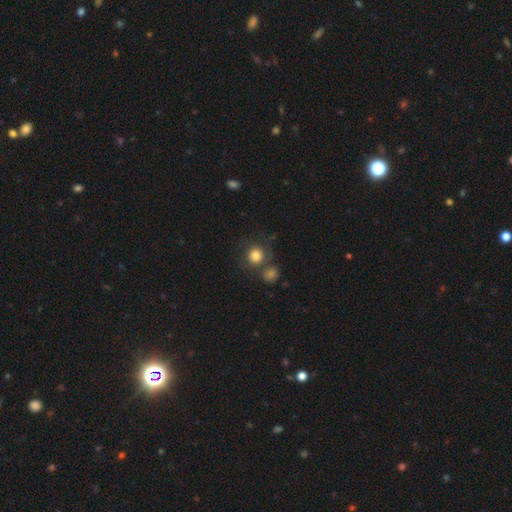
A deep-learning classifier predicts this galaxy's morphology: smooth-or-featured: smooth: 81% | star or artifact: 10% | featured or disk: 9%
  how-rounded: round: 90% | in between: 9% | cigar-shaped: 1%
  merging: none: 63% | merger: 20% | minor disturbance: 11% | major disturbance: 5%